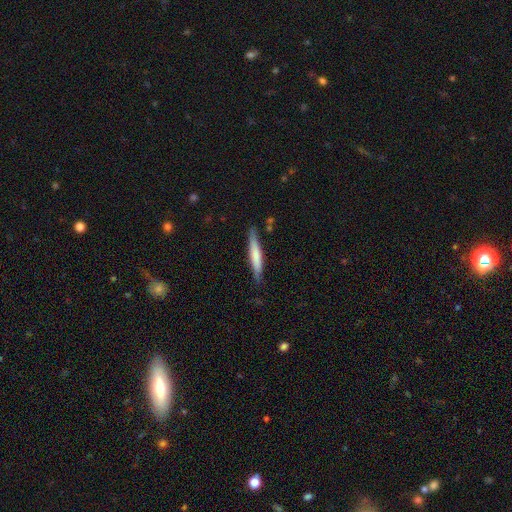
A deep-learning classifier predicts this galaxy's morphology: A smooth galaxy with no disk features (64%) that is cigar-shaped (93%). Merging: none (83%).